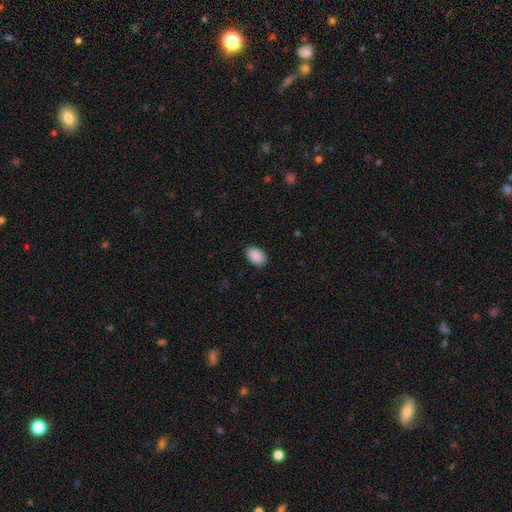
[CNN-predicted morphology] Smooth or featured? smooth (91%)
How rounded? in between (88%)
Merging? none (89%)